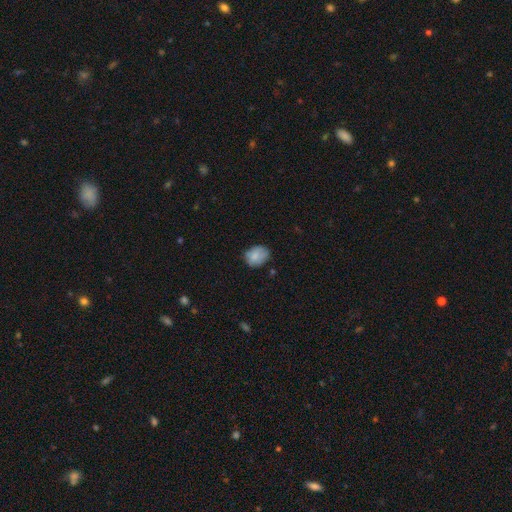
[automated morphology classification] A smooth galaxy with no disk features (79%) that is in between round and cigar-shaped (59%).

Vote fractions:
- Smooth or featured? smooth: 79% / featured or disk: 13% / star or artifact: 8%
- How rounded? in between: 59% / round: 40% / cigar-shaped: 1%
- Merging? none: 65% / minor disturbance: 27% / major disturbance: 6% / merger: 2%